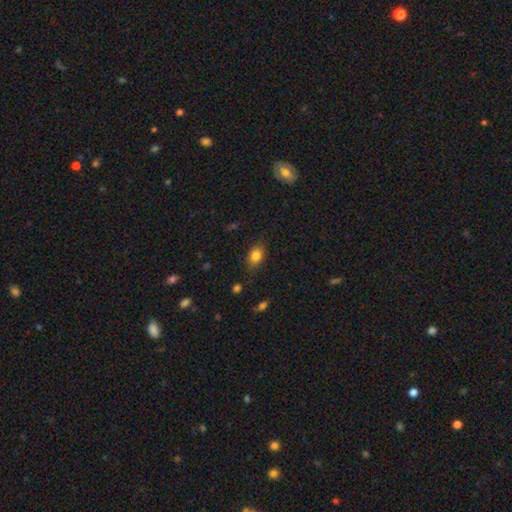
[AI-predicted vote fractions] Q: Smooth or featured?
A: smooth (83%); runner-up: star or artifact (10%)
Q: How rounded?
A: in between (77%); runner-up: round (20%)
Q: Merging?
A: none (79%); runner-up: minor disturbance (16%)